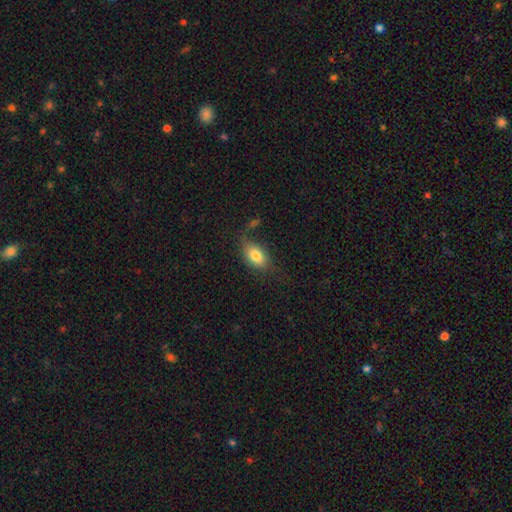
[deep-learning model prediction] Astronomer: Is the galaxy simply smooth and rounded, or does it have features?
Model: smooth — 79%.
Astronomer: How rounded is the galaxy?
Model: in between — 89%.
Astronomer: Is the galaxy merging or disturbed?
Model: none — 58%.